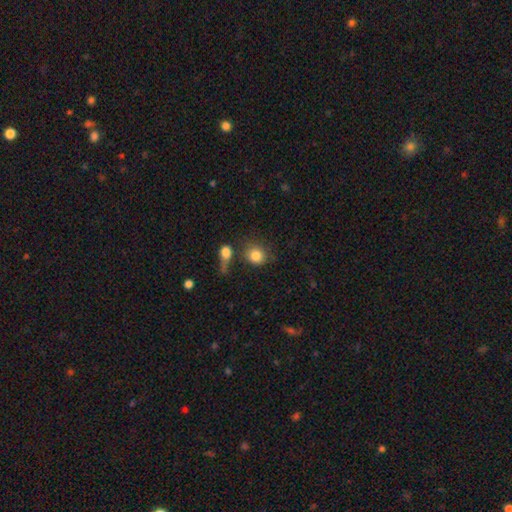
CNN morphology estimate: Smooth or featured?
  - smooth: 83% *
  - star or artifact: 9%
  - featured or disk: 8%
How rounded?
  - round: 82% *
  - in between: 17%
  - cigar-shaped: 1%
Merging?
  - none: 61% *
  - merger: 18%
  - minor disturbance: 14%
  - major disturbance: 8%